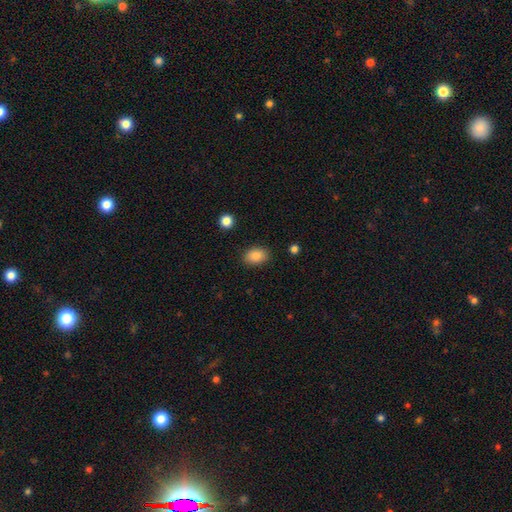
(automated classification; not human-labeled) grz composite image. It shows a smooth galaxy with no disk features (86%) that is in between round and cigar-shaped (82%). Merging: none (86%).